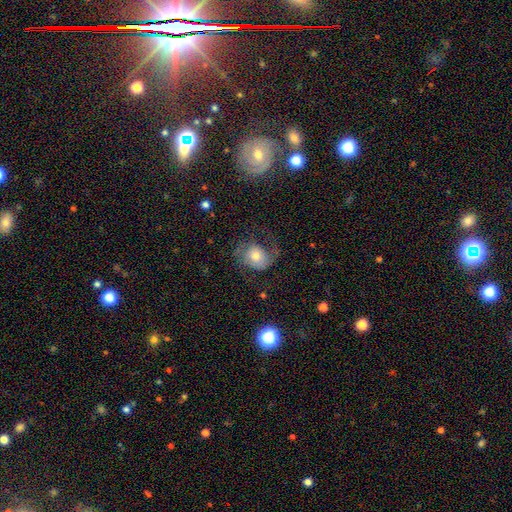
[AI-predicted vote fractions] Smooth or featured: featured or disk — 52% (smooth — 38%)
Edge-on disk: no — 97% (yes — 3%)
Bar: no — 73% (weak — 22%)
Spiral arms: yes — 81% (no — 19%)
Bulge size: moderate — 59% (small — 25%)
Merging: none — 45% (major disturbance — 33%)